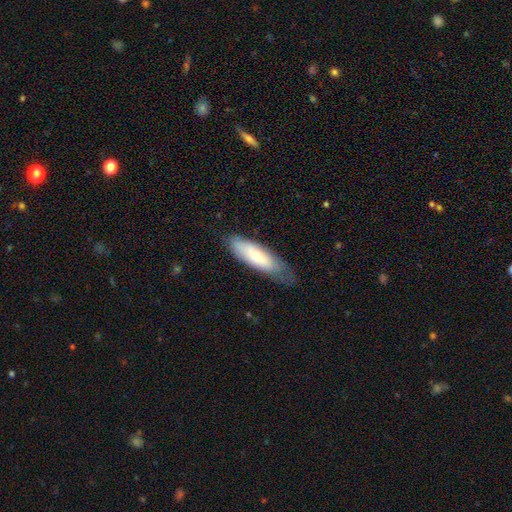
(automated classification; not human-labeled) Smooth or featured? Predicted: smooth (p=0.63). How rounded? Predicted: cigar-shaped (p=0.49, tied with in between). Merging? Predicted: none (p=0.63).